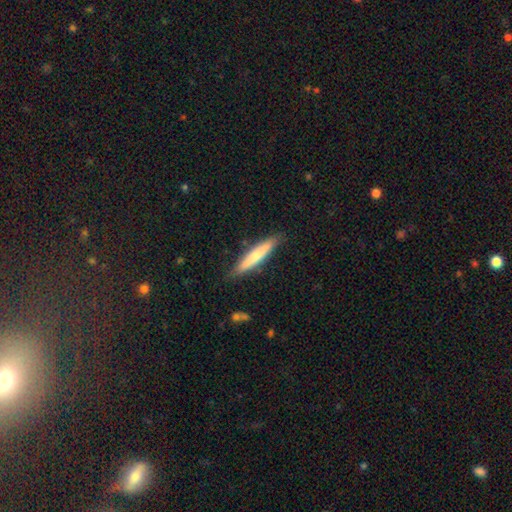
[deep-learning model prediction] This is likely a smooth galaxy (62%). How rounded: clearly cigar-shaped (89%). Merging: clearly none (86%).